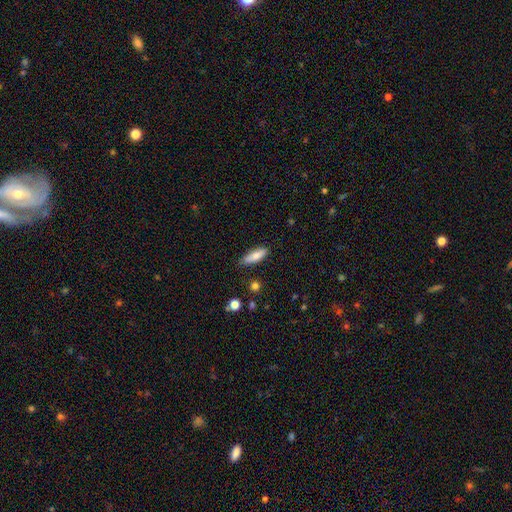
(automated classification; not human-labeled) Morphology: type=smooth (79%); roundness=in between (52%); merging=none (80%).